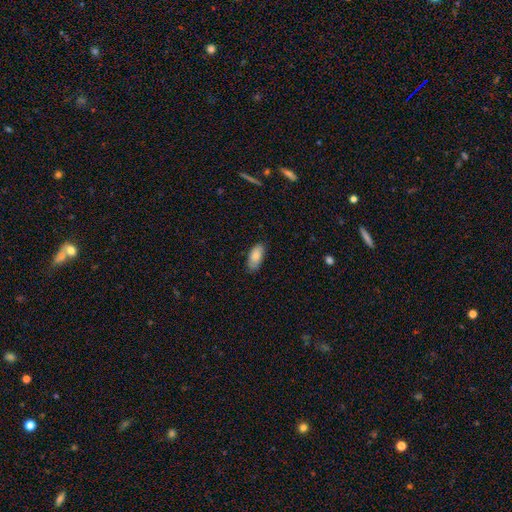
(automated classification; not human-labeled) Overall: smooth (85%). How rounded: in between (91%). Merging: none (80%).